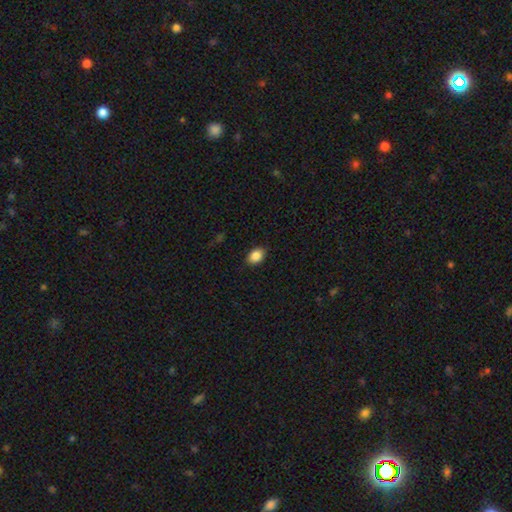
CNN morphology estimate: Smooth or featured: smooth — 87% (star or artifact — 8%)
How rounded: in between — 77% (round — 22%)
Merging: none — 87% (minor disturbance — 10%)